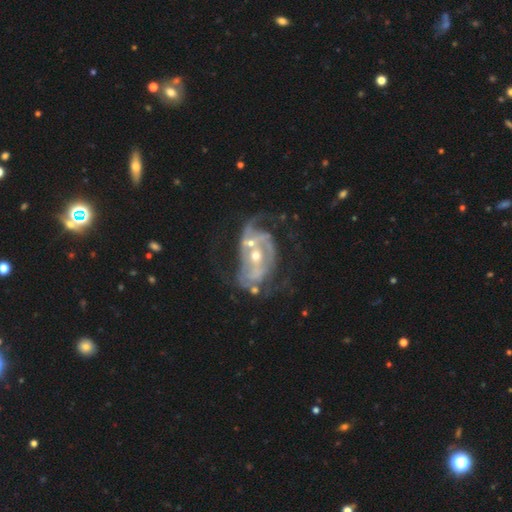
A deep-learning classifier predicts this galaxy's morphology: This is clearly a featured or disk galaxy (86%). It is clearly not viewed edge-on (97%). Bar: marginally no (43%). Spiral arm pattern: clearly yes (86%). Spiral arm count: possibly 2 (46%). Spiral winding: marginally medium (41%). Central bulge: possibly moderate (52%). Merging: marginally none (30%).